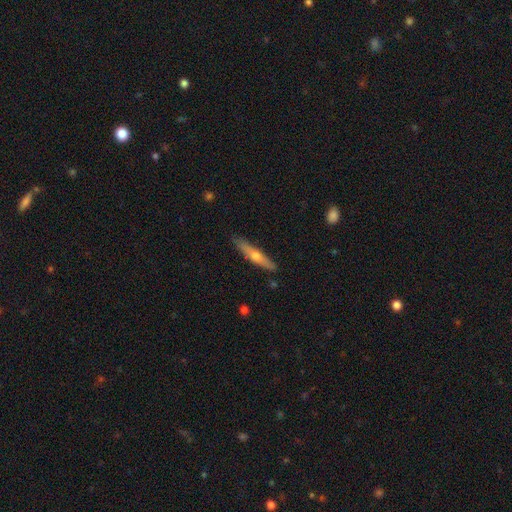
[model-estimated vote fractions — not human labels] A featured or disk galaxy (52%) viewed edge-on (92%).

Vote fractions:
- Smooth or featured? featured or disk: 52% / smooth: 42% / star or artifact: 6%
- Edge-on disk? yes: 92% / no: 8%
- Merging? none: 87% / minor disturbance: 10% / major disturbance: 2% / merger: 2%